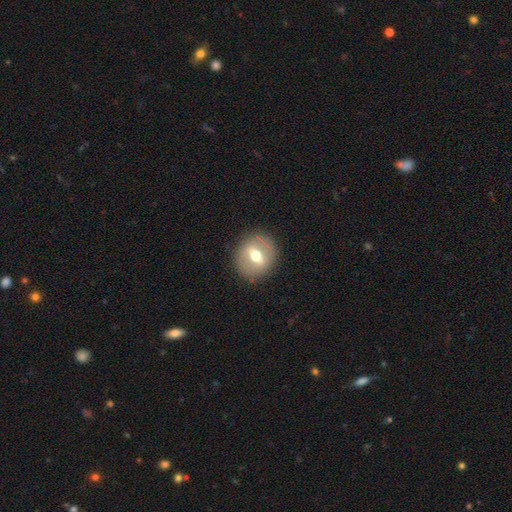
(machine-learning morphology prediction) Overall: featured or disk (51%; smooth 41%). Edge-on disk: no (80%). Merging: none (86%).